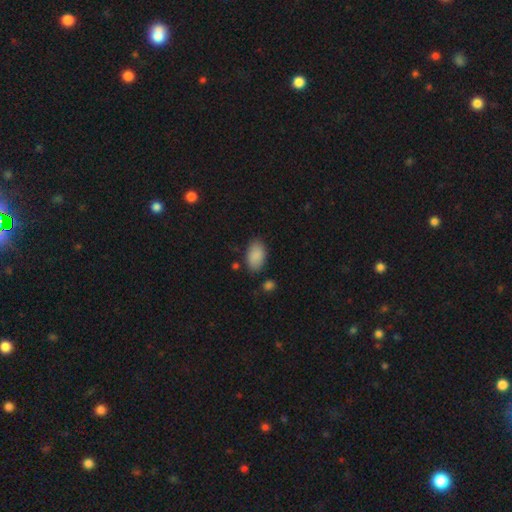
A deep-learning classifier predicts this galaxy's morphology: Smooth or featured?
  - smooth: 88% *
  - star or artifact: 7%
  - featured or disk: 5%
How rounded?
  - in between: 93% *
  - round: 6%
  - cigar-shaped: 2%
Merging?
  - none: 81% *
  - minor disturbance: 13%
  - major disturbance: 3%
  - merger: 3%